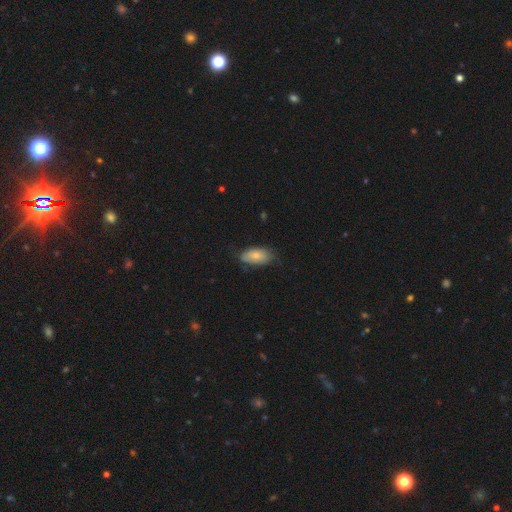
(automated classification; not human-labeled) smooth_or_featured: smooth (p=0.76) [alt: featured or disk p=0.17]
how_rounded: in between (p=0.93) [alt: cigar-shaped p=0.04]
merging: none (p=0.65) [alt: minor disturbance p=0.28]